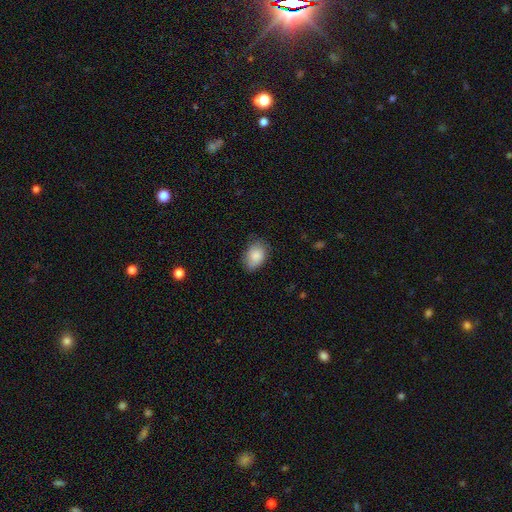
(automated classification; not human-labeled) A smooth galaxy with no disk features (84%) that is in between round and cigar-shaped (80%).

Vote fractions:
- Smooth or featured? smooth: 84% / featured or disk: 9% / star or artifact: 7%
- How rounded? in between: 80% / round: 19% / cigar-shaped: 1%
- Merging? none: 69% / minor disturbance: 25% / major disturbance: 5% / merger: 1%